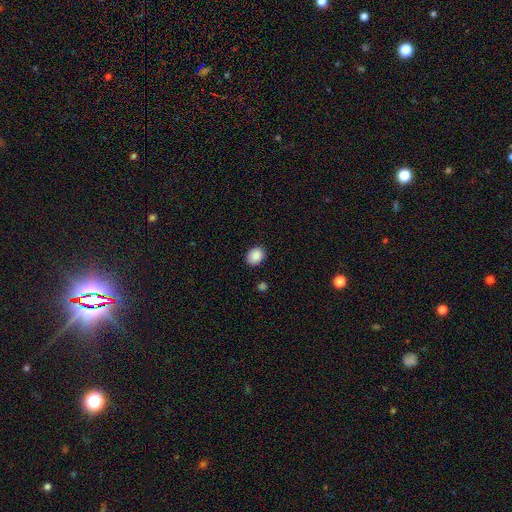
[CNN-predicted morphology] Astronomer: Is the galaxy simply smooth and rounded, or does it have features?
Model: smooth — 89%.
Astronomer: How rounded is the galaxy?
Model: in between — 50% (runner-up: round, 49%).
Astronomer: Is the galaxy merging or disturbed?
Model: none — 86%.